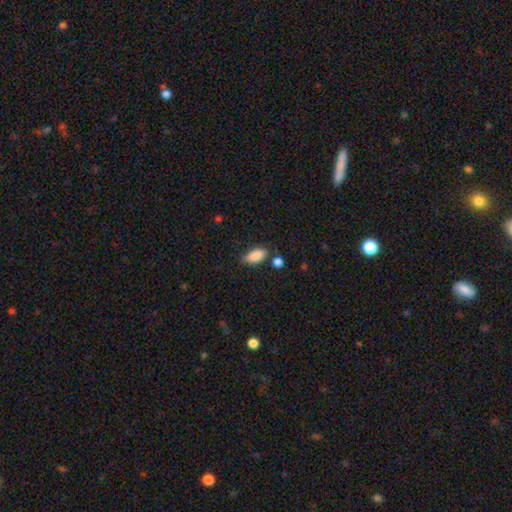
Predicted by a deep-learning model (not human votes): A smooth galaxy with no disk features (88%) that is in between round and cigar-shaped (88%).

Vote fractions:
- Smooth or featured? smooth: 88% / star or artifact: 7% / featured or disk: 5%
- How rounded? in between: 88% / cigar-shaped: 9% / round: 3%
- Merging? none: 73% / minor disturbance: 16% / merger: 7% / major disturbance: 4%